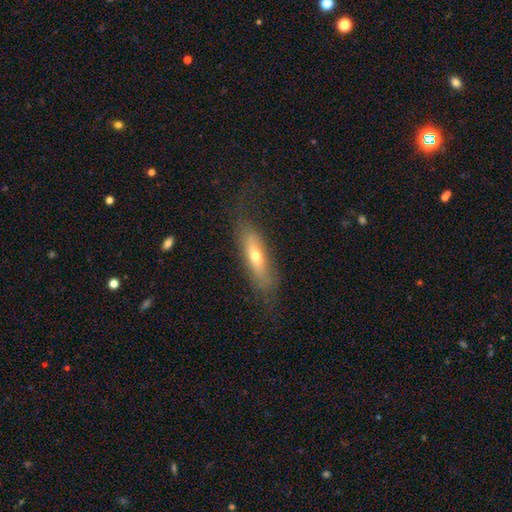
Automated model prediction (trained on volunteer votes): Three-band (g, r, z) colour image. It shows a smooth galaxy with no disk features (57%) that is cigar-shaped (56%). Merging: none (69%).